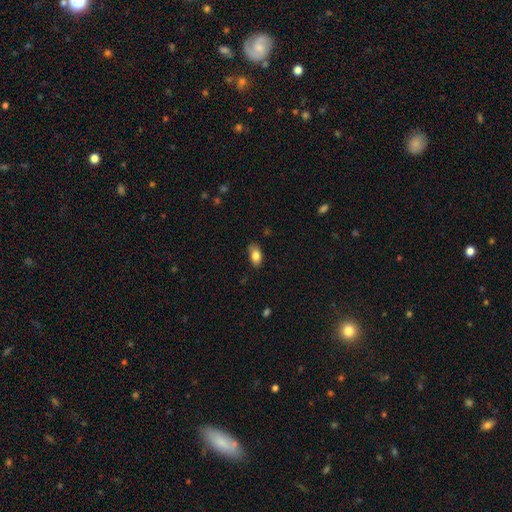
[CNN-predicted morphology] type=smooth (83%); roundness=in between (90%); merging=none (73%).